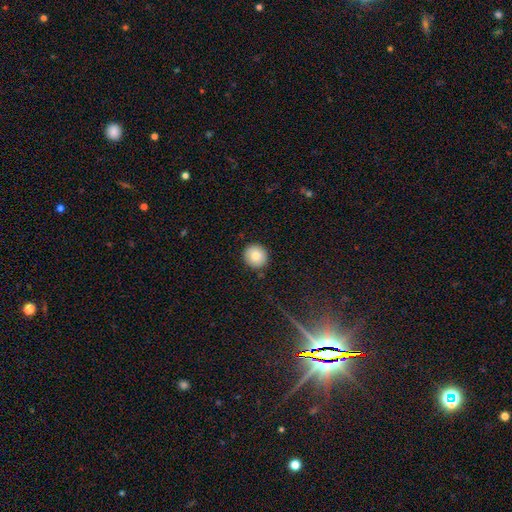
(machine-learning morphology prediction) Smooth or featured?
  - smooth: 84% *
  - star or artifact: 9%
  - featured or disk: 8%
How rounded?
  - round: 91% *
  - in between: 8%
  - cigar-shaped: 1%
Merging?
  - none: 90% *
  - minor disturbance: 7%
  - major disturbance: 2%
  - merger: 1%